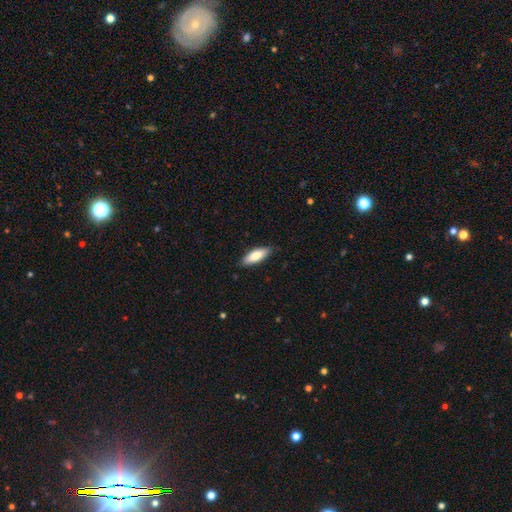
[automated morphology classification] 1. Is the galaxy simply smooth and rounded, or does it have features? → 79% smooth, 15% featured or disk, 6% star or artifact.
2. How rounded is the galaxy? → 66% in between, 33% cigar-shaped, 2% round.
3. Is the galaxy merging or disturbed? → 87% none, 10% minor disturbance, 2% major disturbance, 1% merger.